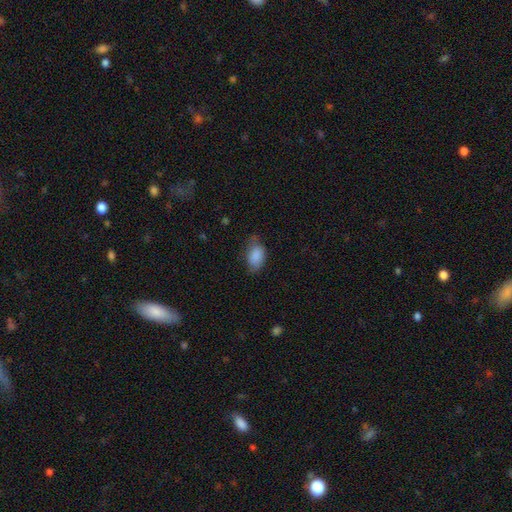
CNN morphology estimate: This appears to be a smooth galaxy with no disk features (86%) that is in between round and cigar-shaped (92%). Merging: none (57%).